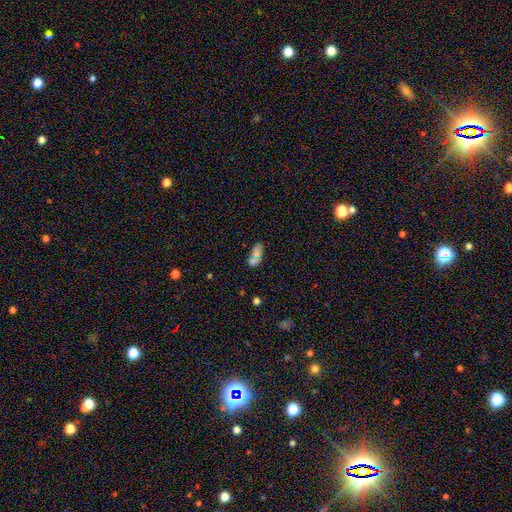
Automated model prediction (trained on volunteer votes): Smooth or featured?
  - smooth: 68% *
  - featured or disk: 19%
  - star or artifact: 14%
How rounded?
  - in between: 85% *
  - cigar-shaped: 9%
  - round: 6%
Merging?
  - none: 48% *
  - merger: 29%
  - minor disturbance: 16%
  - major disturbance: 7%